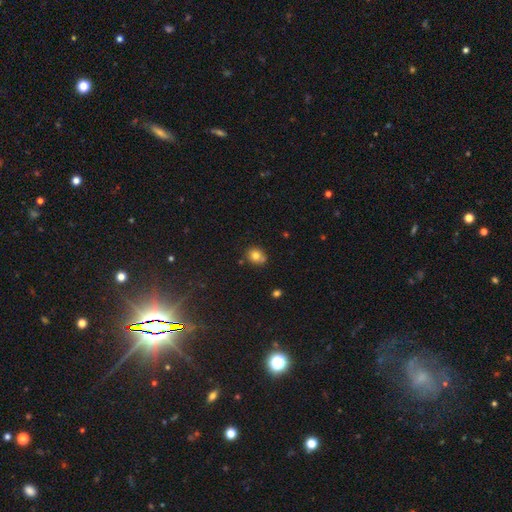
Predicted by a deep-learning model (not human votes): This appears to be a smooth galaxy with no disk features (77%) that is round (71%). Merging: none (65%).